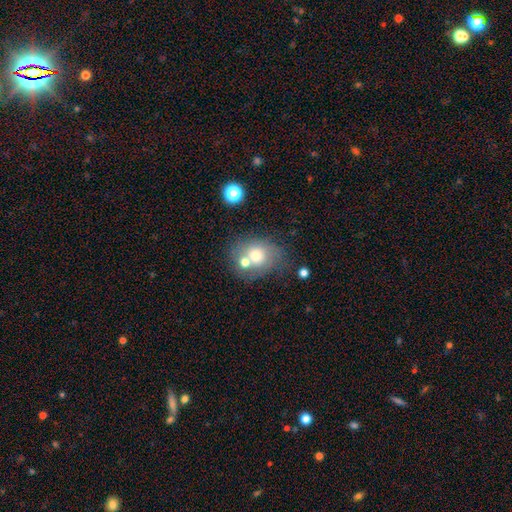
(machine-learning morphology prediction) This appears to be a smooth galaxy with no disk features (63%) that is round (59%). Merging: none (44%).